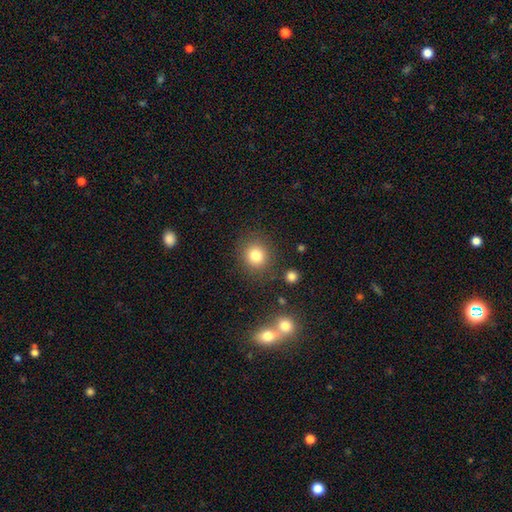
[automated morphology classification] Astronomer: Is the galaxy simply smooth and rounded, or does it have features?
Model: smooth — 80%.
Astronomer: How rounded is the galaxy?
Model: round — 85%.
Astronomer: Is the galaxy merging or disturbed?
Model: none — 85%.